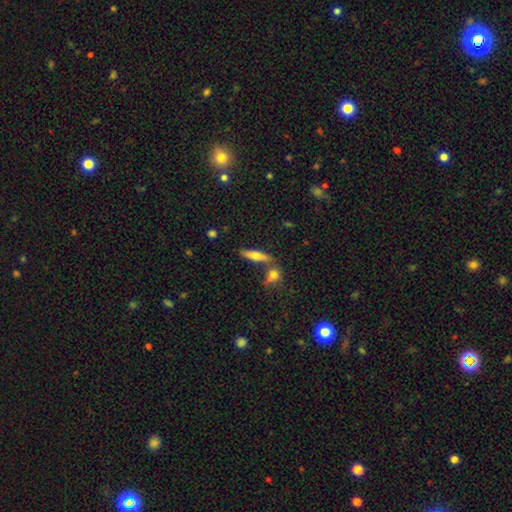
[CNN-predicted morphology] Smooth or featured? Predicted: smooth (p=0.53). How rounded? Predicted: cigar-shaped (p=0.70). Merging? Predicted: none (p=0.69).